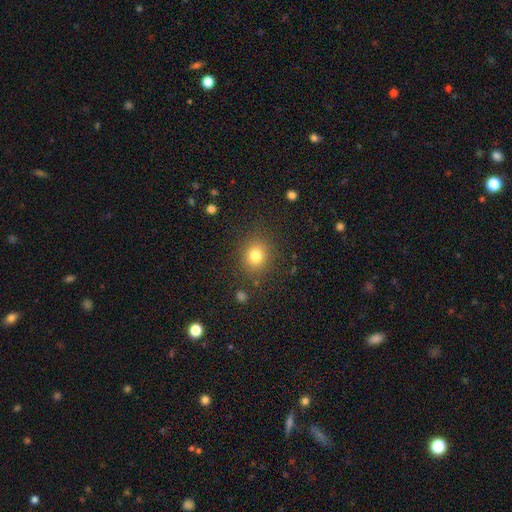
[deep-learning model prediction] A smooth galaxy with no disk features (79%) that is round (79%). Merging: none (85%).